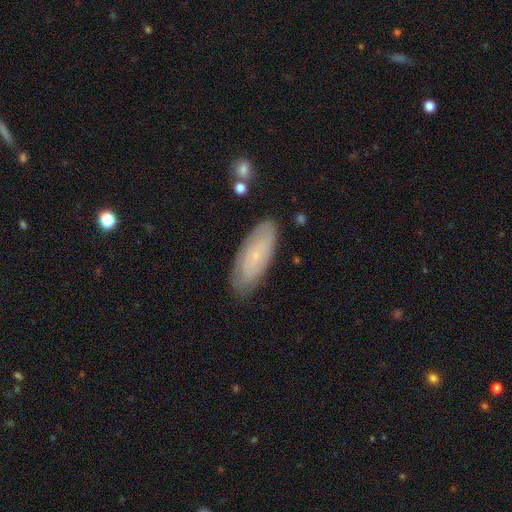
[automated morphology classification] smooth_or_featured: smooth (p=0.51) [alt: featured or disk p=0.41]
how_rounded: in between (p=0.76) [alt: cigar-shaped p=0.21]
merging: none (p=0.79) [alt: minor disturbance p=0.16]